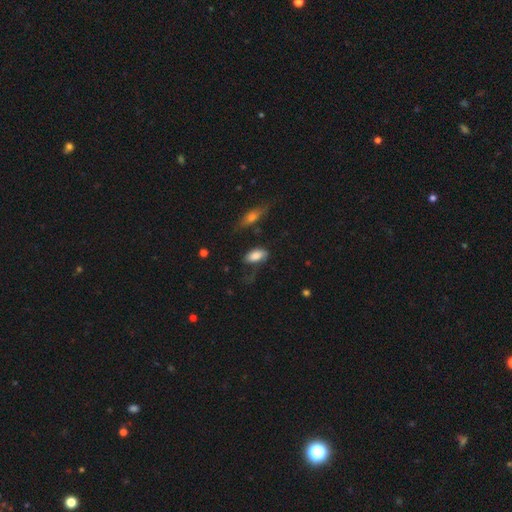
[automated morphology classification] This appears to be a smooth galaxy with no disk features (77%) that is in between round and cigar-shaped (91%). Merging: none (48%).